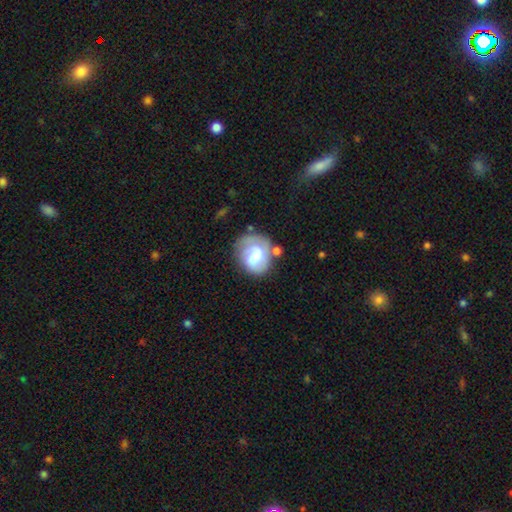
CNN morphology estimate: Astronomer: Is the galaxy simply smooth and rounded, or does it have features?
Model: smooth — 49% (runner-up: featured or disk, 44%).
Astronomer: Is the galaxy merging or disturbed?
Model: none — 53%.